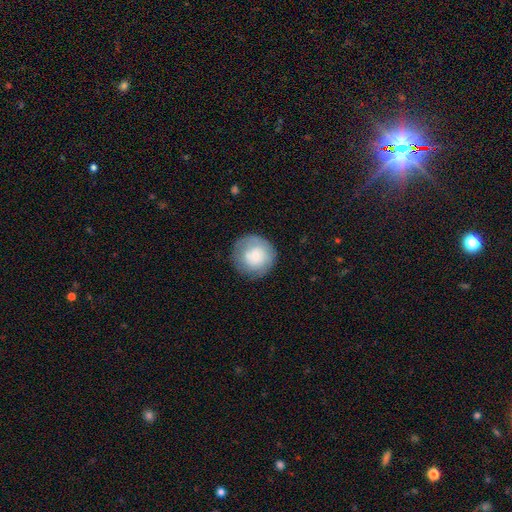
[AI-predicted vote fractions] Q: Smooth or featured?
A: smooth (67%); runner-up: featured or disk (25%)
Q: How rounded?
A: round (93%); runner-up: in between (6%)
Q: Merging?
A: none (75%); runner-up: minor disturbance (16%)